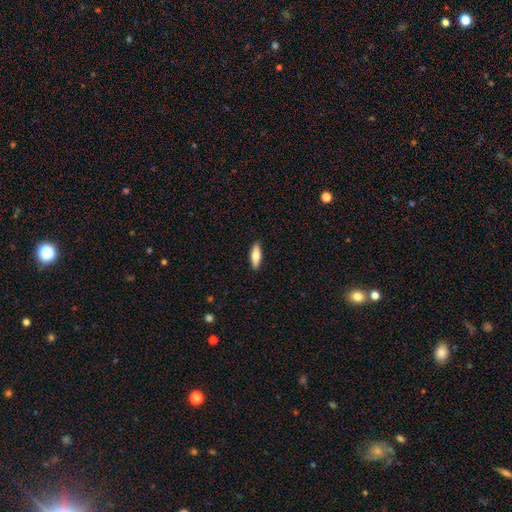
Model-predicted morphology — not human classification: smooth_or_featured: smooth (p=0.70) [alt: featured or disk p=0.25]
how_rounded: in between (p=0.52) [alt: cigar-shaped p=0.45]
merging: none (p=0.90) [alt: minor disturbance p=0.07]